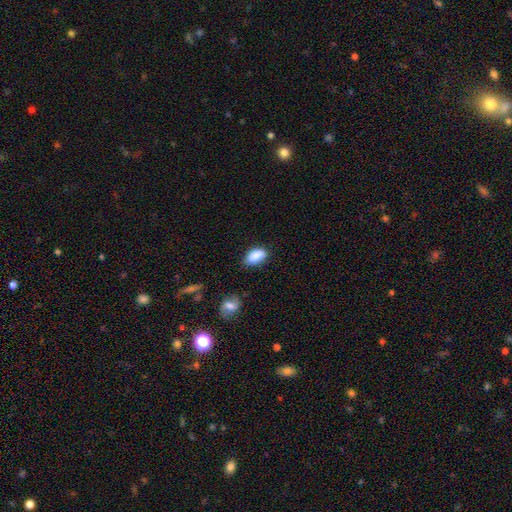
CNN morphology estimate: Overall: smooth (86%). How rounded: in between (91%). Merging: none (69%).